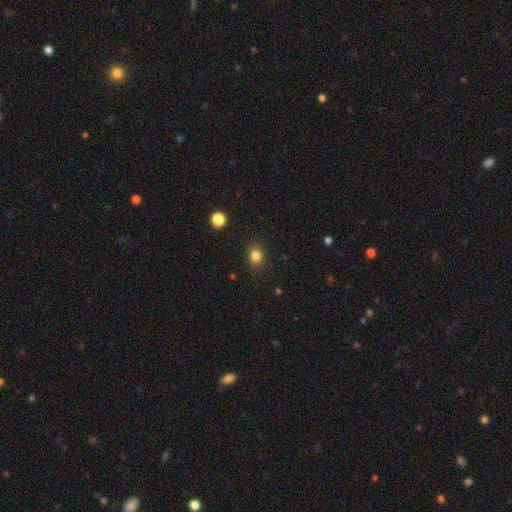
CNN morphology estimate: A smooth galaxy with no disk features (83%) that is in between round and cigar-shaped (50%).

Vote fractions:
- Smooth or featured? smooth: 83% / star or artifact: 12% / featured or disk: 5%
- How rounded? in between: 50% / round: 48% / cigar-shaped: 1%
- Merging? none: 86% / minor disturbance: 10% / major disturbance: 3% / merger: 1%